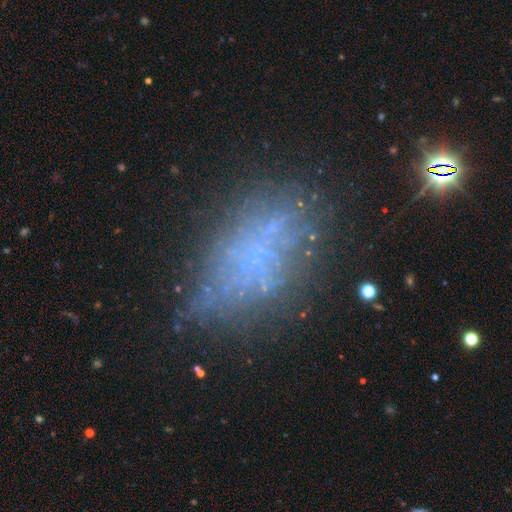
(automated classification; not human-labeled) This is marginally a featured or disk galaxy (44%). Merging: likely none (60%).